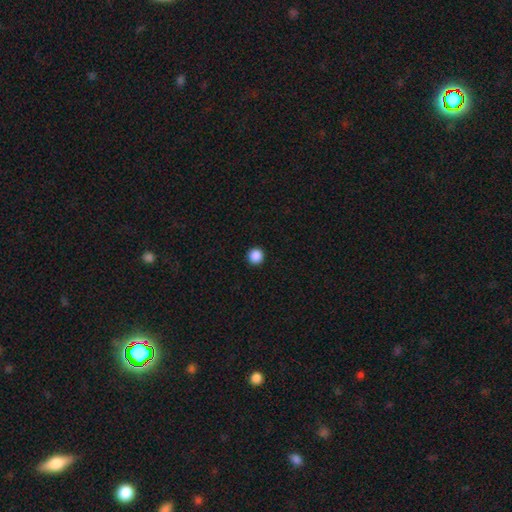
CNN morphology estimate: The model was most divided on "smooth or featured": smooth: 88%, star or artifact: 10%, featured or disk: 2%. More confident: how rounded — round (96%); merging — none (94%).